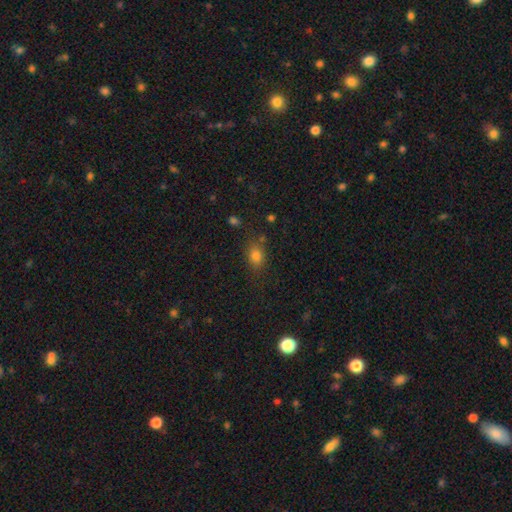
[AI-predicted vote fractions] Morphology: type=smooth (77%); roundness=in between (62%); merging=none (76%).